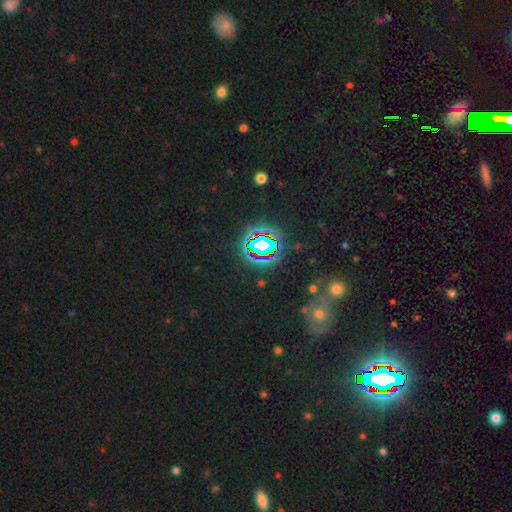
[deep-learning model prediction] This appears to be a star or artifact, not a galaxy (74%).